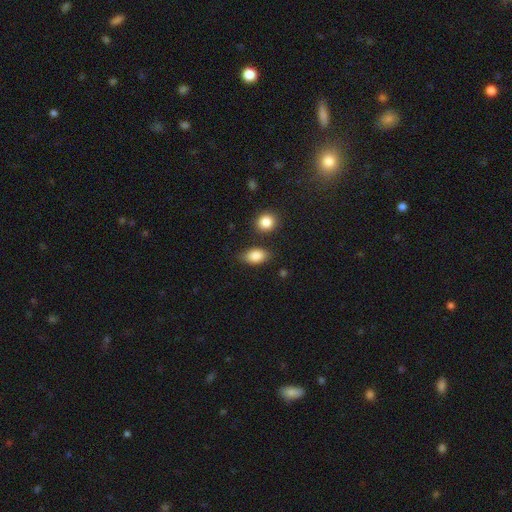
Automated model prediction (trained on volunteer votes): A smooth galaxy with no disk features (86%) that is in between round and cigar-shaped (88%).

Vote fractions:
- Smooth or featured? smooth: 86% / star or artifact: 8% / featured or disk: 6%
- How rounded? in between: 88% / round: 10% / cigar-shaped: 3%
- Merging? none: 78% / minor disturbance: 14% / merger: 5% / major disturbance: 4%